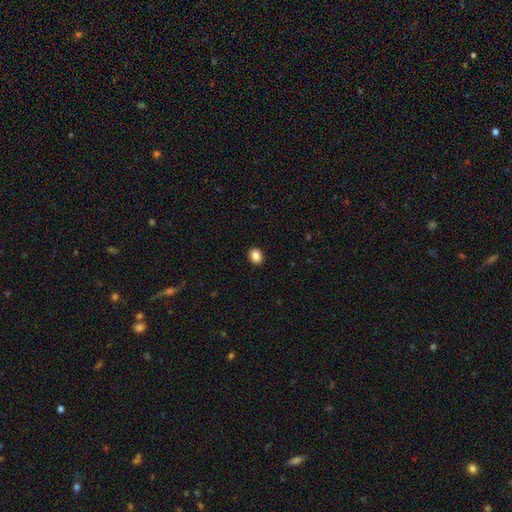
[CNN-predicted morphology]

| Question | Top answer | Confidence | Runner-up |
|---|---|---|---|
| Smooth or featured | smooth | 87% | star or artifact (9%) |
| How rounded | in between | 56% | round (43%) |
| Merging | none | 91% | minor disturbance (6%) |